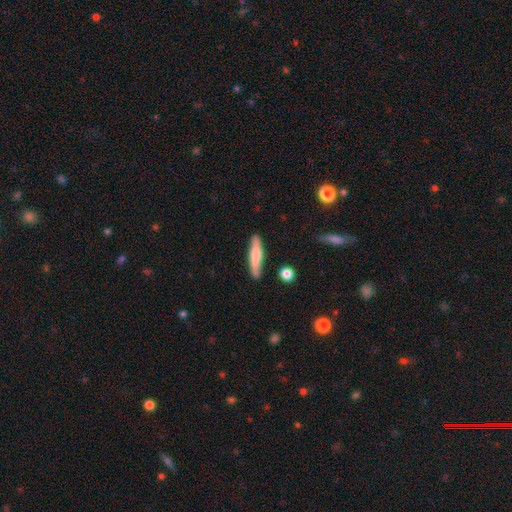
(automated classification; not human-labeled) smooth-or-featured: smooth: 61% | featured or disk: 33% | star or artifact: 6%
  how-rounded: cigar-shaped: 82% | in between: 16% | round: 2%
  merging: none: 81% | minor disturbance: 13% | merger: 3% | major disturbance: 3%